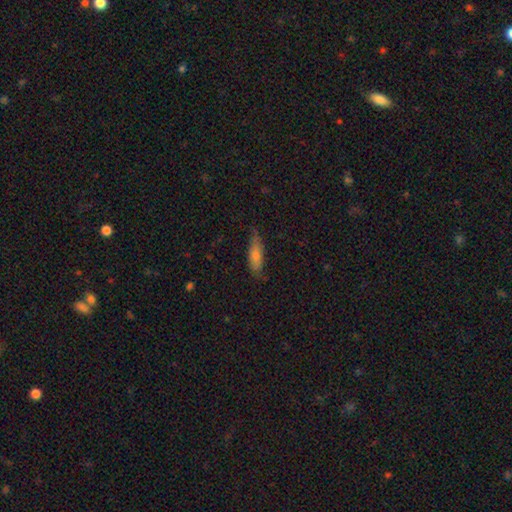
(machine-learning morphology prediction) Q: Smooth or featured?
A: smooth (65%); runner-up: featured or disk (27%)
Q: How rounded?
A: cigar-shaped (56%); runner-up: in between (42%)
Q: Merging?
A: none (72%); runner-up: minor disturbance (22%)